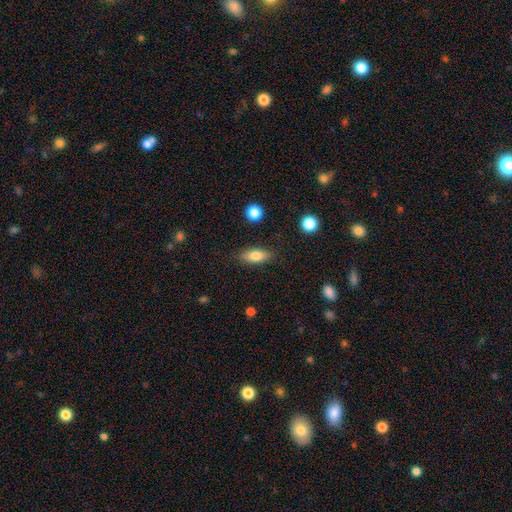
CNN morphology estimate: smooth 76%, featured or disk 17%, star or artifact 8%. Down the decision tree: how rounded — in between (75%); merging — none (84%).